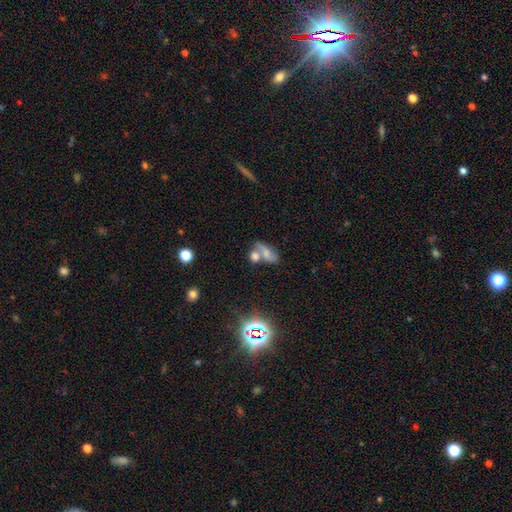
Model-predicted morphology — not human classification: Q: Smooth or featured?
A: smooth (57%); runner-up: featured or disk (24%)
Q: How rounded?
A: in between (66%); runner-up: round (28%)
Q: Merging?
A: merger (54%); runner-up: none (29%)